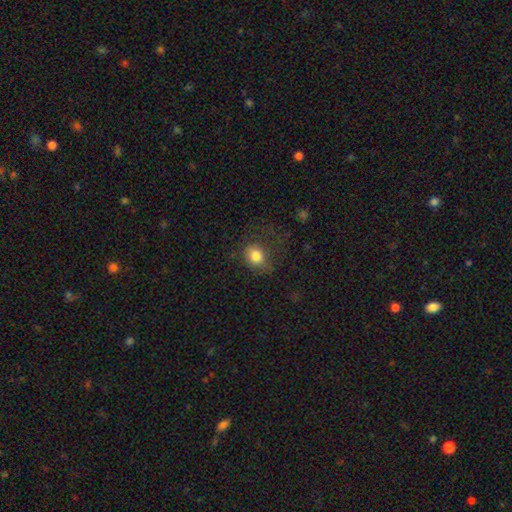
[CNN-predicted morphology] Overall: smooth (81%). How rounded: round (65%; in between 35%). Merging: none (65%).